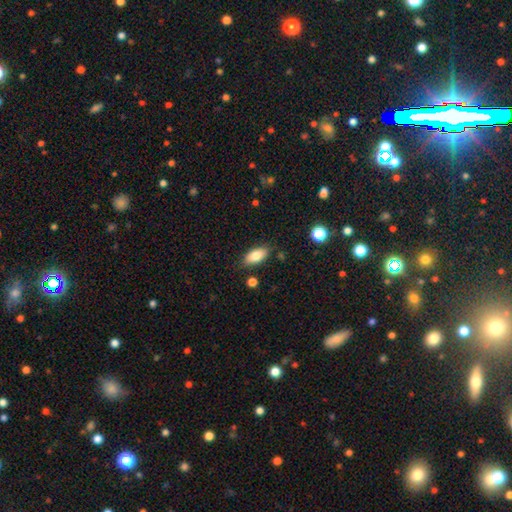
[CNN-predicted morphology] smooth_or_featured: smooth (p=0.81) [alt: featured or disk p=0.12]
how_rounded: in between (p=0.90) [alt: cigar-shaped p=0.08]
merging: none (p=0.83) [alt: minor disturbance p=0.12]